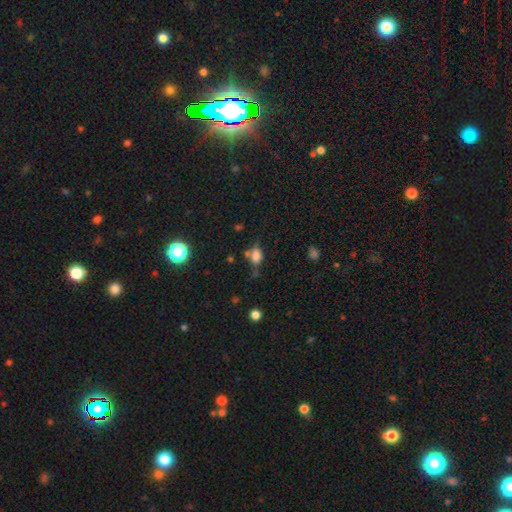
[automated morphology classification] Q: Smooth or featured?
A: smooth (73%); runner-up: star or artifact (16%)
Q: How rounded?
A: in between (72%); runner-up: round (25%)
Q: Merging?
A: none (47%); runner-up: minor disturbance (26%)